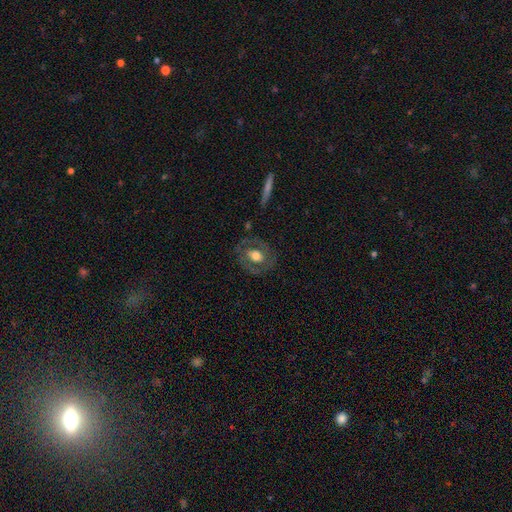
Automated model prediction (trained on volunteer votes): Smooth or featured?
  - featured or disk: 51% *
  - smooth: 42%
  - star or artifact: 7%
Edge-on disk?
  - no: 93% *
  - yes: 7%
Merging?
  - none: 76% *
  - minor disturbance: 14%
  - major disturbance: 8%
  - merger: 2%